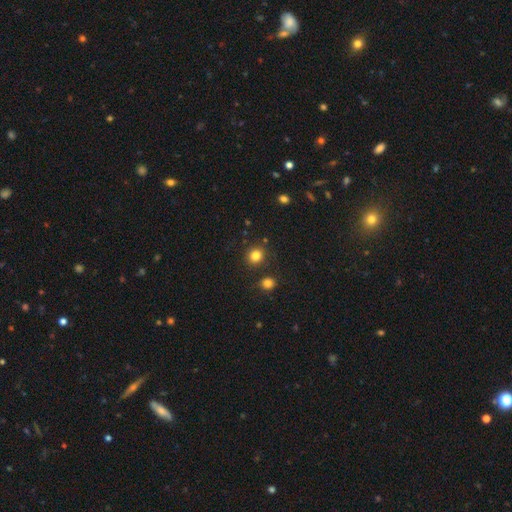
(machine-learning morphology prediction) The model was most divided on "smooth or featured": smooth: 82%, star or artifact: 13%, featured or disk: 5%. More confident: how rounded — round (86%); merging — none (86%).